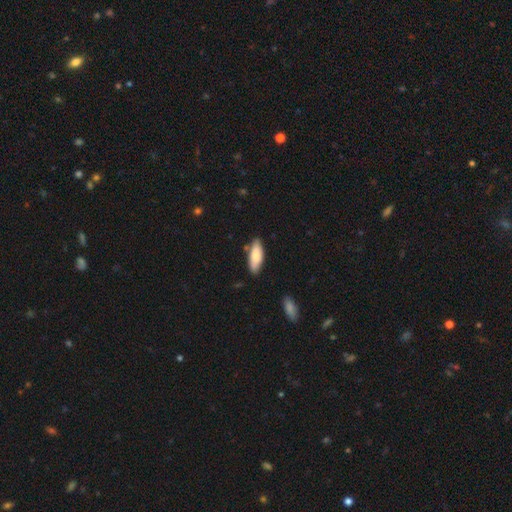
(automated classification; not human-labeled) Smooth or featured?
  - smooth: 81% *
  - featured or disk: 14%
  - star or artifact: 6%
How rounded?
  - in between: 68% *
  - cigar-shaped: 30%
  - round: 2%
Merging?
  - none: 81% *
  - minor disturbance: 14%
  - merger: 3%
  - major disturbance: 2%